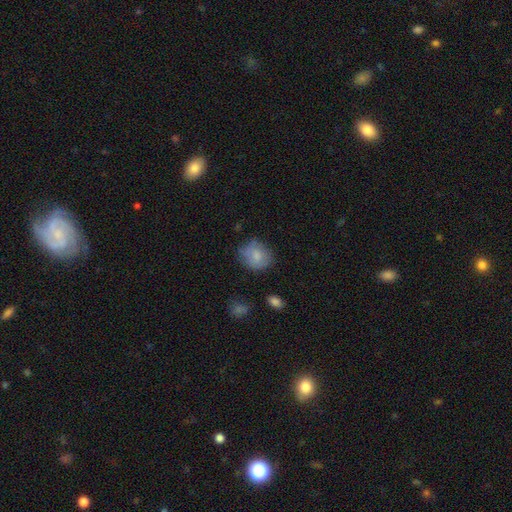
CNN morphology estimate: smooth_or_featured: smooth (p=0.77) [alt: featured or disk p=0.15]
how_rounded: round (p=0.66) [alt: in between p=0.33]
merging: none (p=0.63) [alt: minor disturbance p=0.27]